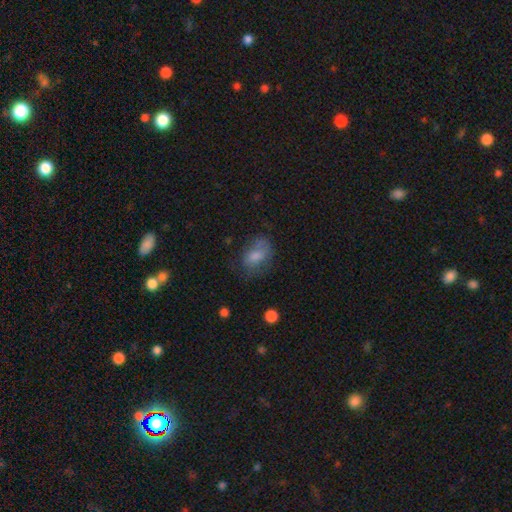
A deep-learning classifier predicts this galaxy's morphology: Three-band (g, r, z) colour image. It shows a smooth galaxy with no disk features (66%) that is in between round and cigar-shaped (78%). Merging: none (51%).